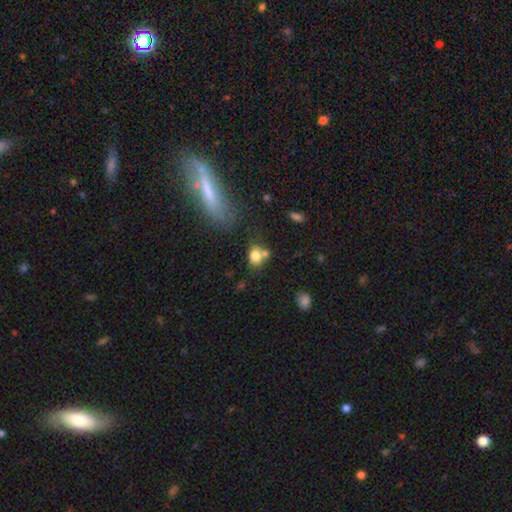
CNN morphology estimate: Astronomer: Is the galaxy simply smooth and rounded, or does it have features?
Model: smooth — 77%.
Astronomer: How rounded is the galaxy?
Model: in between — 51% (runner-up: round, 47%).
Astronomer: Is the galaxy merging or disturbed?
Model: none — 40% (runner-up: merger, 36%).